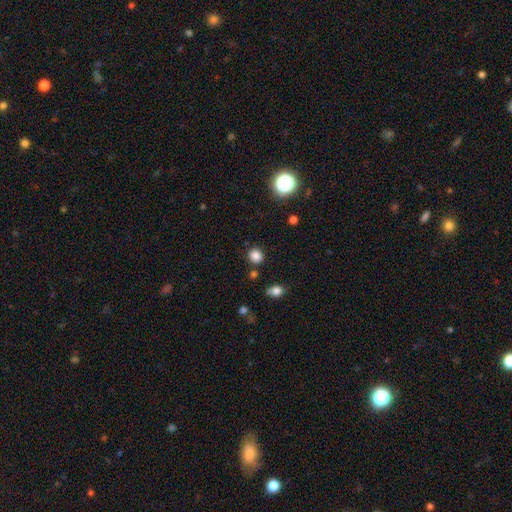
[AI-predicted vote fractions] Smooth or featured? smooth (83%)
How rounded? round (85%)
Merging? none (86%)